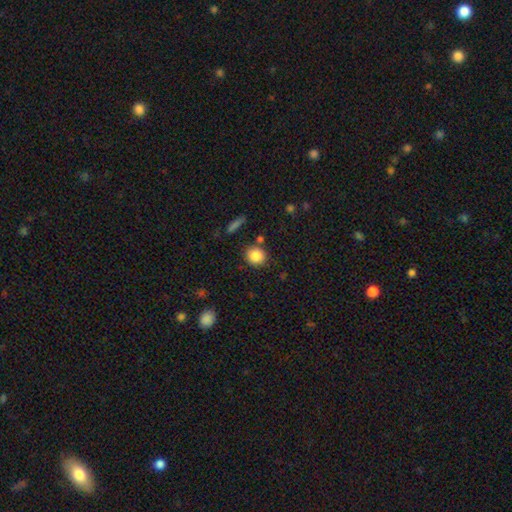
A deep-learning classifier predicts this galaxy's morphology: Overall: smooth (86%). How rounded: round (84%). Merging: none (81%).